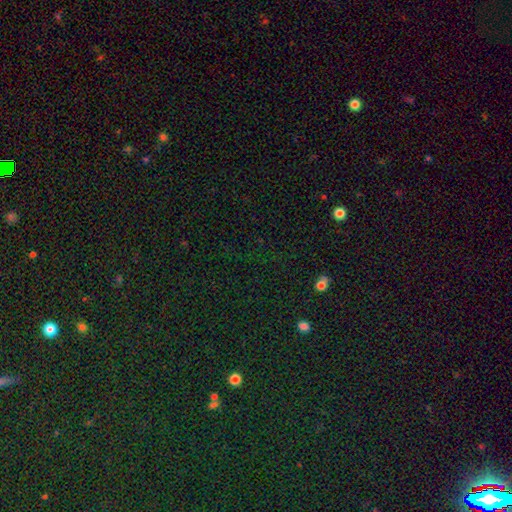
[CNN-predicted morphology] This is likely a star or artifact rather than a galaxy (76%).